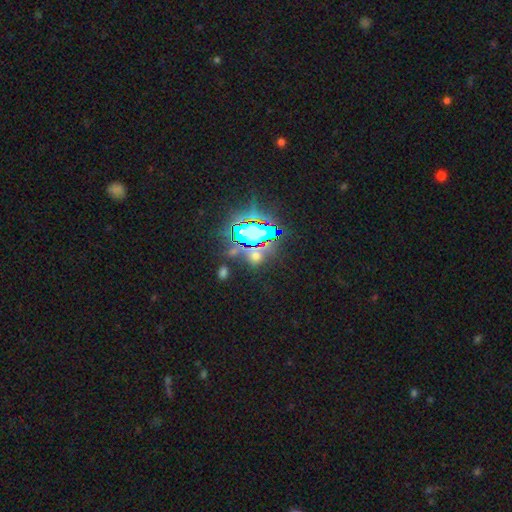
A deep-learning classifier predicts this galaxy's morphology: Smooth or featured? star or artifact (74%)